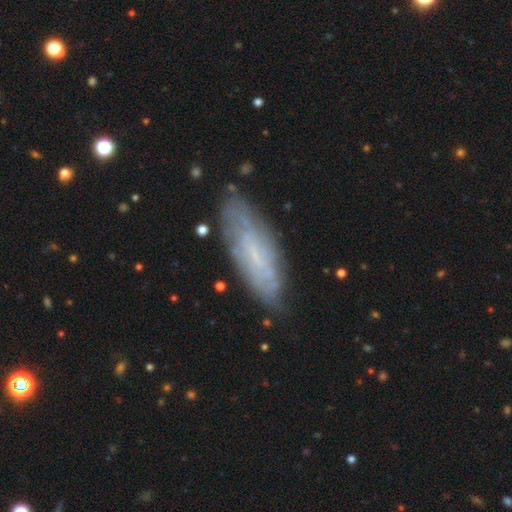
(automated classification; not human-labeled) Morphology: type=featured or disk (50%); merging=none (77%).